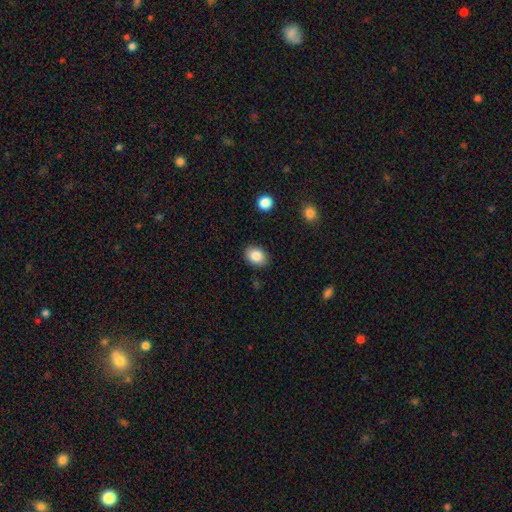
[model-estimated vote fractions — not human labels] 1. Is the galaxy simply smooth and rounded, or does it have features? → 86% smooth, 8% star or artifact, 6% featured or disk.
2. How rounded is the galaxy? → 68% in between, 31% round, 1% cigar-shaped.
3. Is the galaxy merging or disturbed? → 87% none, 10% minor disturbance, 2% major disturbance, 1% merger.